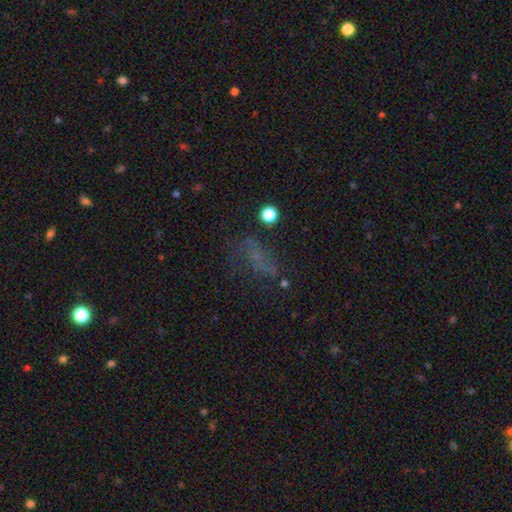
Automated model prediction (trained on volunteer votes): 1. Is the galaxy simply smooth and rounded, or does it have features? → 38% smooth, 31% star or artifact, 31% featured or disk.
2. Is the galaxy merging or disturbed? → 46% none, 28% major disturbance, 21% minor disturbance, 6% merger.